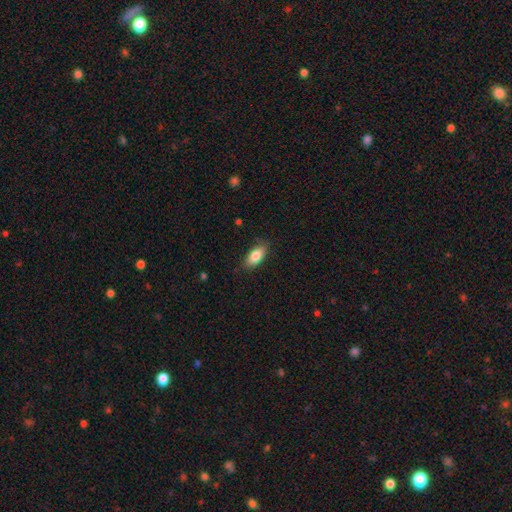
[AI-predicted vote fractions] smooth_or_featured: smooth (p=0.82) [alt: featured or disk p=0.11]
how_rounded: in between (p=0.87) [alt: cigar-shaped p=0.10]
merging: none (p=0.83) [alt: minor disturbance p=0.14]